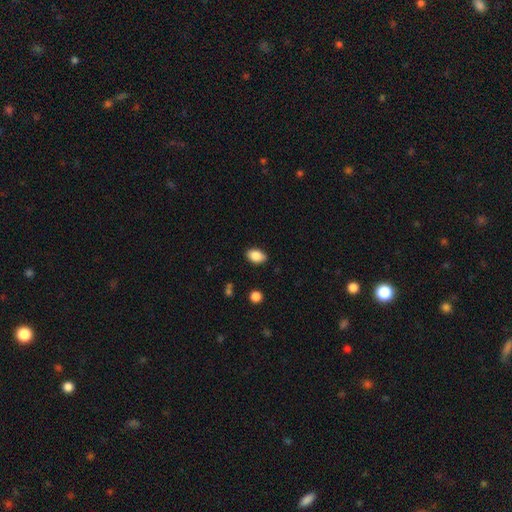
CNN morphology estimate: Q: Smooth or featured?
A: smooth (87%); runner-up: star or artifact (8%)
Q: How rounded?
A: in between (87%); runner-up: round (11%)
Q: Merging?
A: none (85%); runner-up: minor disturbance (11%)